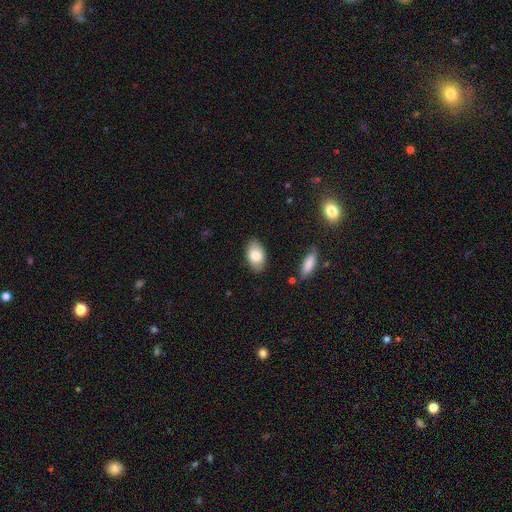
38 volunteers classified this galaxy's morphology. A smooth galaxy with no disk features (82%) that is in between round and cigar-shaped (90%). Merging: none (82%).